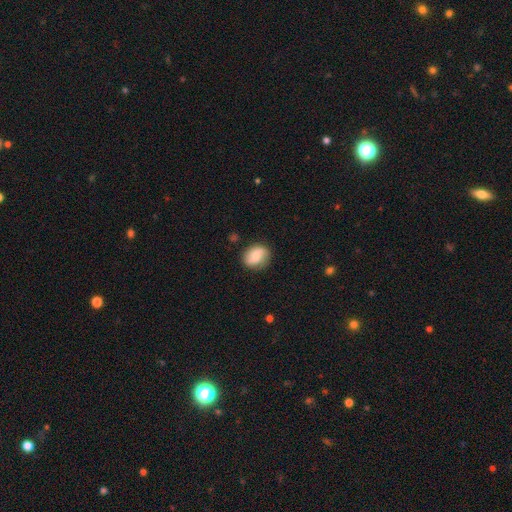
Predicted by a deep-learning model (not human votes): Q: Smooth or featured?
A: smooth (55%); runner-up: featured or disk (37%)
Q: How rounded?
A: round (53%); runner-up: in between (45%)
Q: Merging?
A: none (78%); runner-up: minor disturbance (16%)